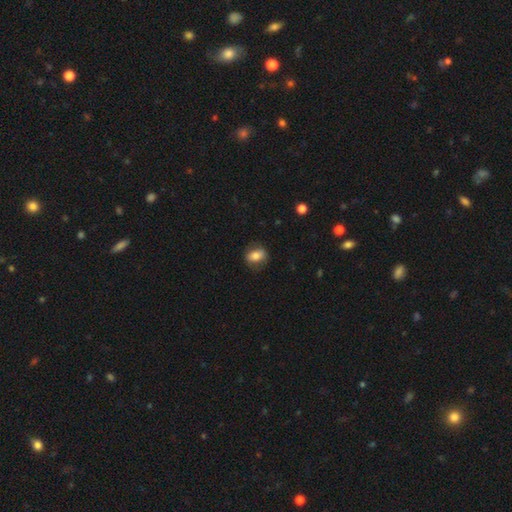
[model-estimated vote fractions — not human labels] Smooth or featured? smooth (74%)
How rounded? in between (71%)
Merging? none (79%)